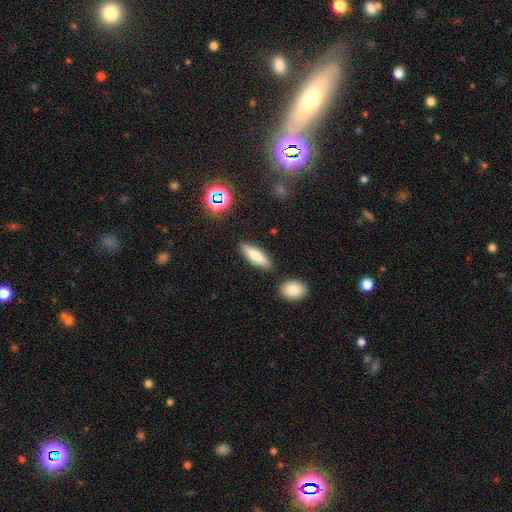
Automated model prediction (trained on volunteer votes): Morphology: type=smooth (77%); roundness=cigar-shaped (51%); merging=none (83%).